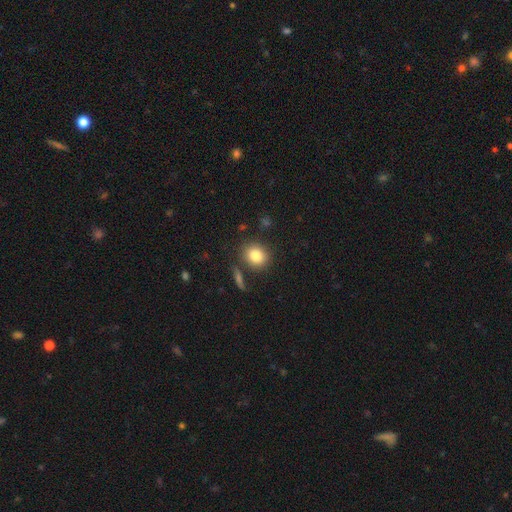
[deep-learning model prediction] Morphology: type=smooth (82%); roundness=round (72%); merging=none (81%).